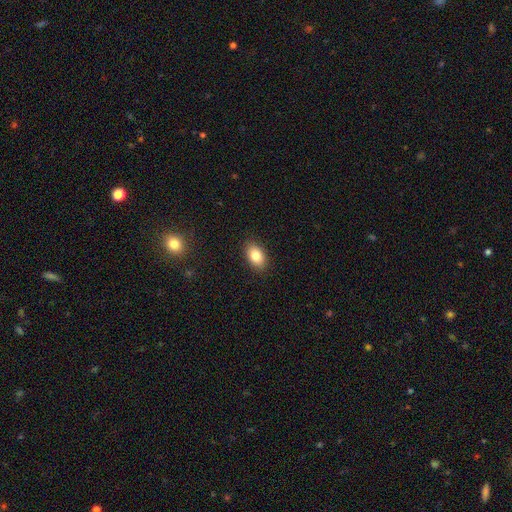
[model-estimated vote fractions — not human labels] smooth-or-featured: smooth: 83% | featured or disk: 8% | star or artifact: 8%
  how-rounded: in between: 90% | round: 9% | cigar-shaped: 2%
  merging: none: 88% | minor disturbance: 9% | major disturbance: 2% | merger: 1%